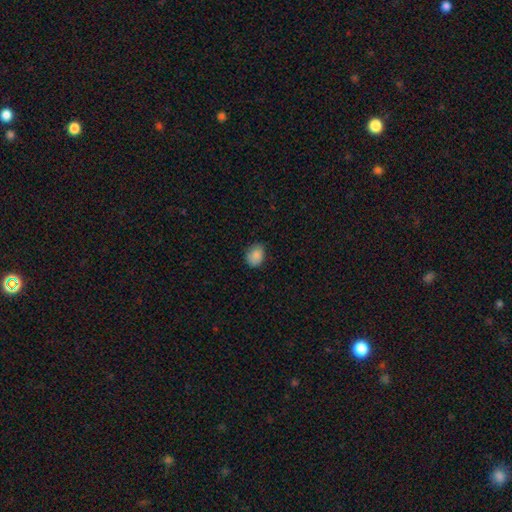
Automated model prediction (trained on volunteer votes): This is clearly a smooth galaxy (87%). How rounded: possibly in between (58%). Merging: likely none (72%).